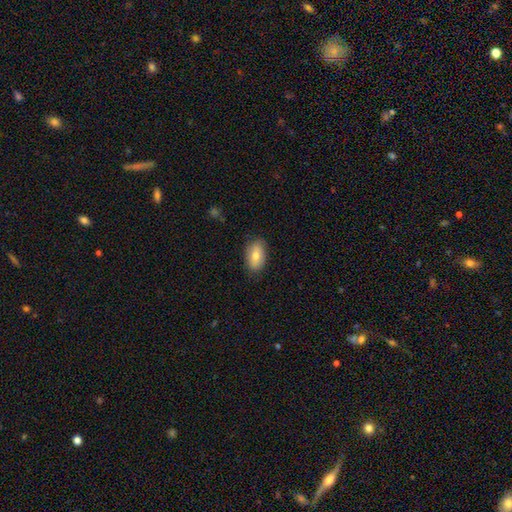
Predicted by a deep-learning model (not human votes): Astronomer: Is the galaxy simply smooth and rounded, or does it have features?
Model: smooth — 75%.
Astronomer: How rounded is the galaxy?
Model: in between — 92%.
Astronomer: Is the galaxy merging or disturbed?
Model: none — 82%.